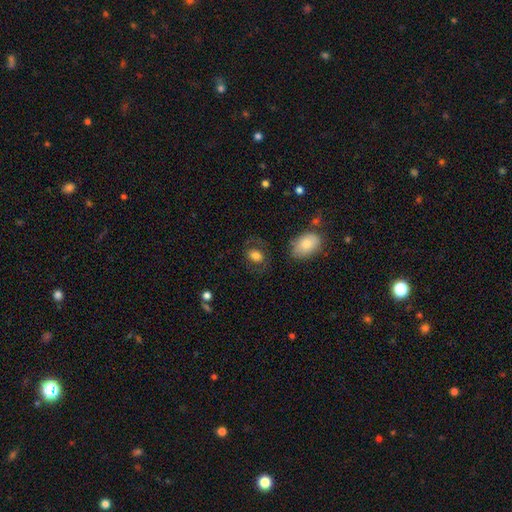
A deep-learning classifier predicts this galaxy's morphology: Smooth or featured?
  - smooth: 73% *
  - featured or disk: 18%
  - star or artifact: 9%
How rounded?
  - in between: 70% *
  - round: 29%
  - cigar-shaped: 1%
Merging?
  - none: 75% *
  - minor disturbance: 14%
  - major disturbance: 9%
  - merger: 3%